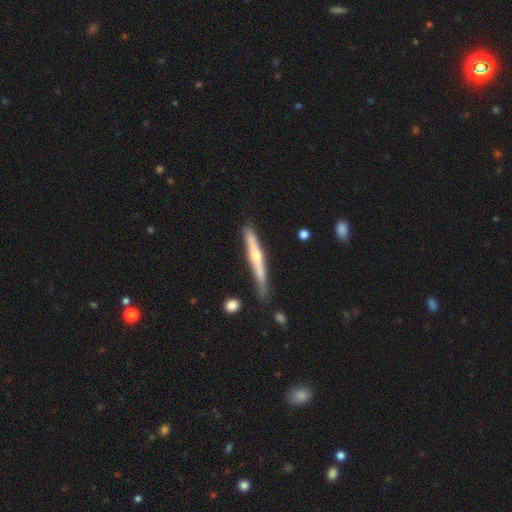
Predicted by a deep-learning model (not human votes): Smooth or featured? Predicted: featured or disk (p=0.65). Edge-on disk? Predicted: yes (p=0.96). Edge-on bulge? Predicted: rounded (p=0.82). Merging? Predicted: none (p=0.77).